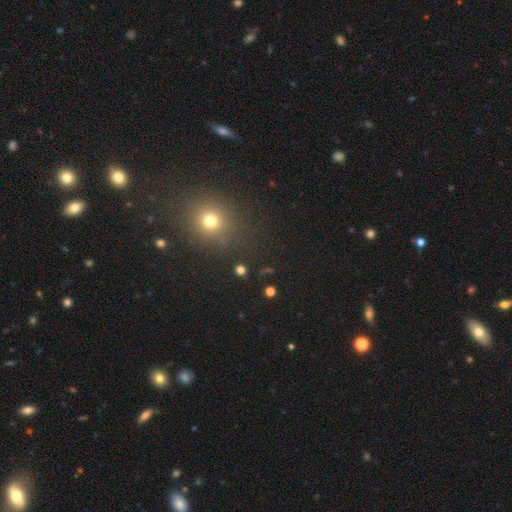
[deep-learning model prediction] This appears to be a smooth galaxy with no disk features (57%) that is round (78%). Merging: none (89%).